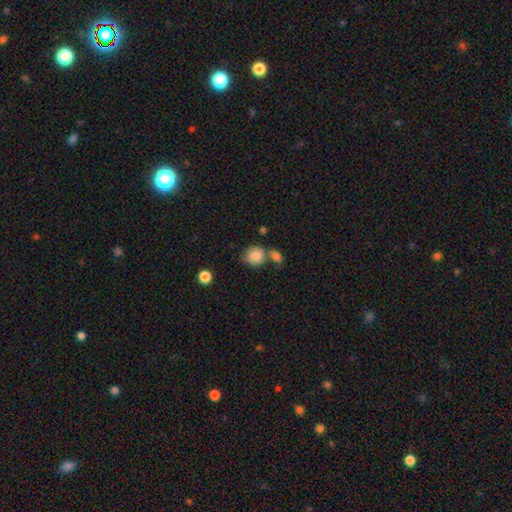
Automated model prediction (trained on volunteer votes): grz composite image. It shows a smooth galaxy with no disk features (85%) that is round (76%). Merging: none (52%).